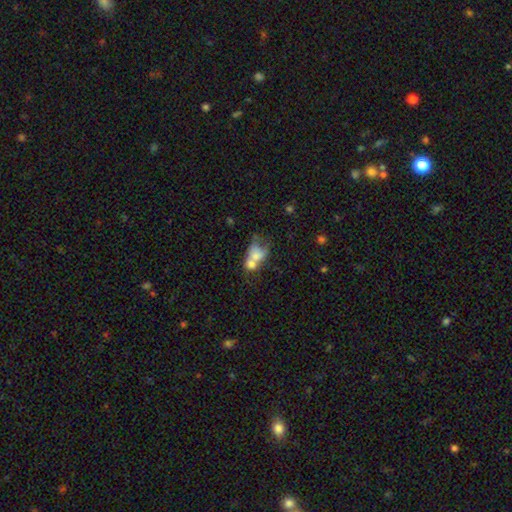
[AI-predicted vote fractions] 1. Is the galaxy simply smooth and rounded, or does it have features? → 62% smooth, 27% featured or disk, 11% star or artifact.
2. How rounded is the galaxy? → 63% in between, 35% round, 2% cigar-shaped.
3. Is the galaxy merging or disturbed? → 66% merger, 14% none, 11% major disturbance, 8% minor disturbance.